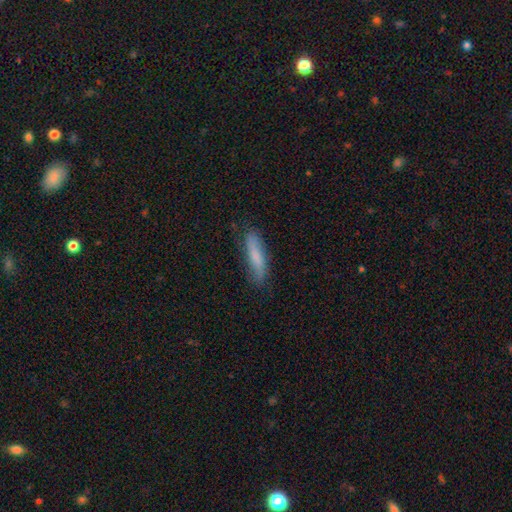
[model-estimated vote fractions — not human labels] Smooth or featured? smooth (73%)
How rounded? cigar-shaped (77%)
Merging? none (78%)